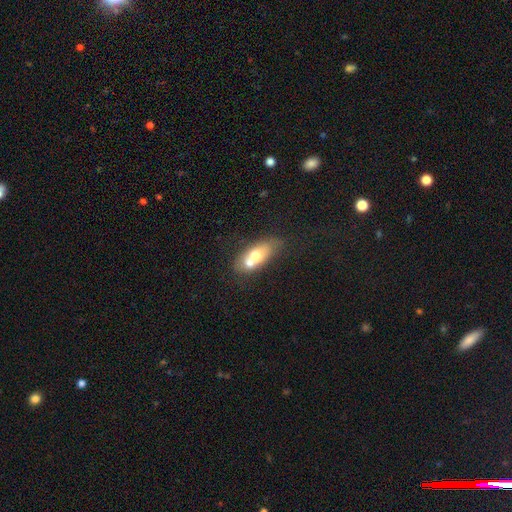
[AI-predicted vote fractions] smooth_or_featured: smooth (p=0.58) [alt: featured or disk p=0.34]
how_rounded: in between (p=0.77) [alt: round p=0.12]
merging: merger (p=0.57) [alt: none p=0.28]